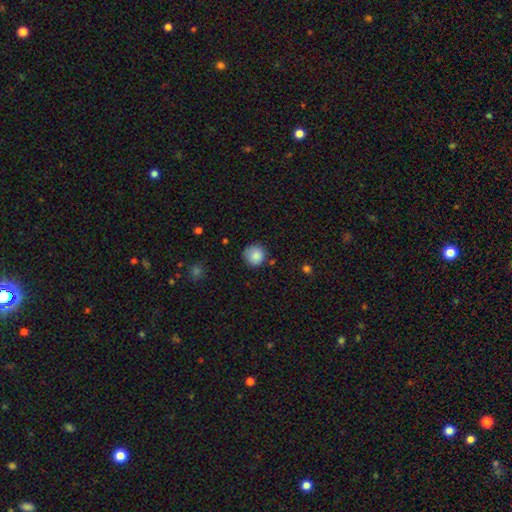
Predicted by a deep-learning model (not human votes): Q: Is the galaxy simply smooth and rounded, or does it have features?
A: smooth — 87%.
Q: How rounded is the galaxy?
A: round — 93%.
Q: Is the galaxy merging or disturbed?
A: none — 80%.